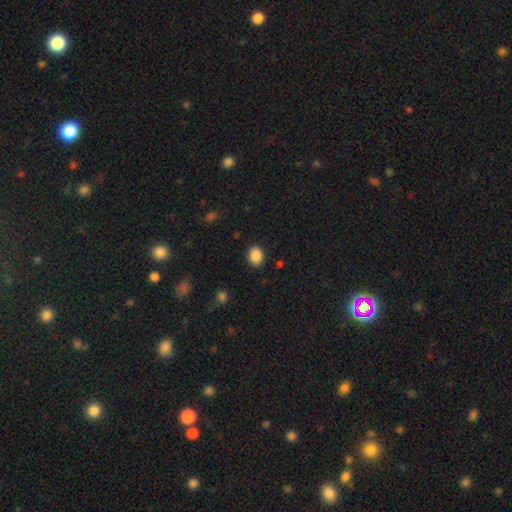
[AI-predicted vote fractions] The model was most divided on "how rounded": in between: 54%, round: 45%, cigar-shaped: 1%. More confident: smooth or featured — smooth (89%); merging — none (88%).